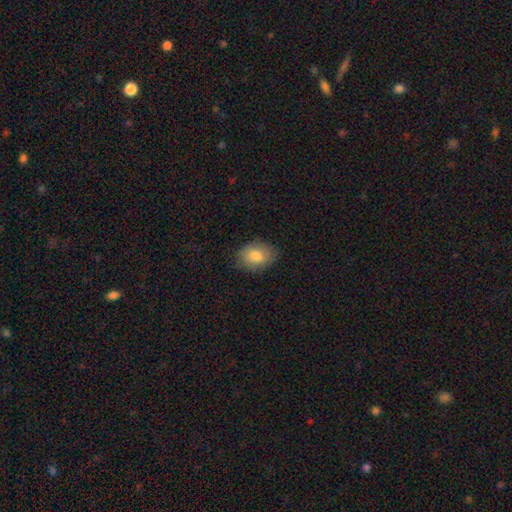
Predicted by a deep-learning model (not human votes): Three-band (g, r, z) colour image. It shows a smooth galaxy with no disk features (81%) that is in between round and cigar-shaped (71%). Merging: none (80%).